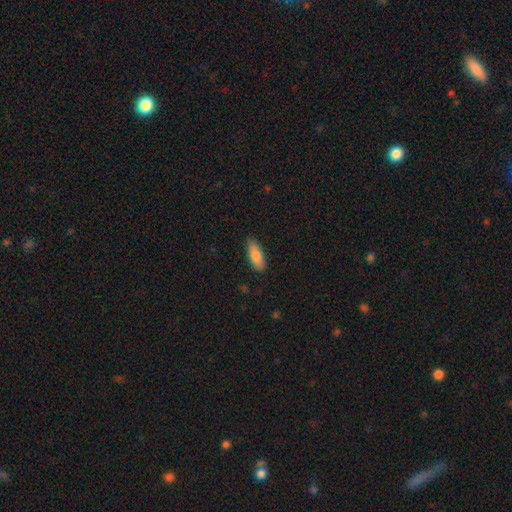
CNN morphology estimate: Smooth or featured? smooth (84%)
How rounded? in between (69%)
Merging? none (81%)